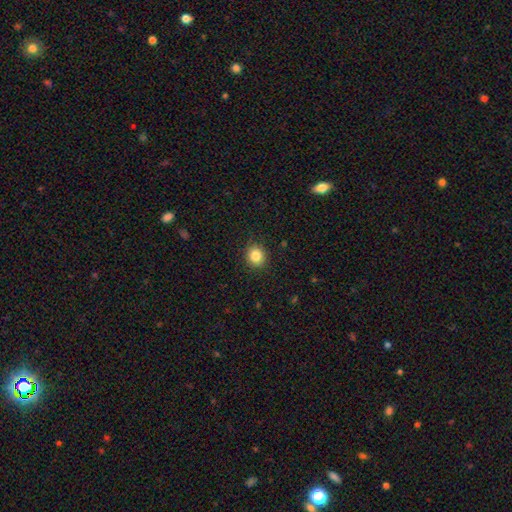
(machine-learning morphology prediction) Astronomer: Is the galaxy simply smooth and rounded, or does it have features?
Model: smooth — 85%.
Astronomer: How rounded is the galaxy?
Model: round — 81%.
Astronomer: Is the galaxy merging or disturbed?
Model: none — 89%.